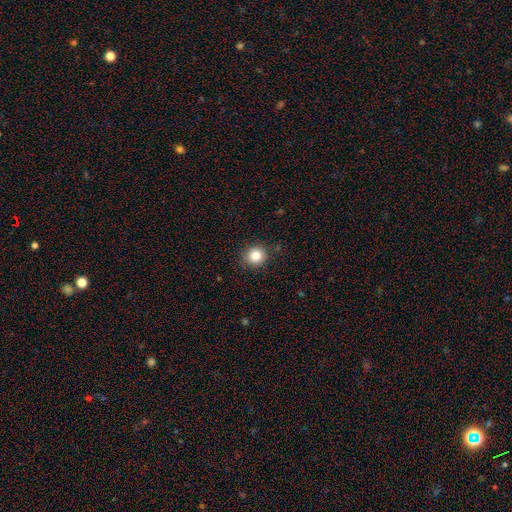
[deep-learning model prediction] Q: Smooth or featured?
A: smooth (84%); runner-up: star or artifact (11%)
Q: How rounded?
A: round (88%); runner-up: in between (11%)
Q: Merging?
A: none (88%); runner-up: minor disturbance (8%)